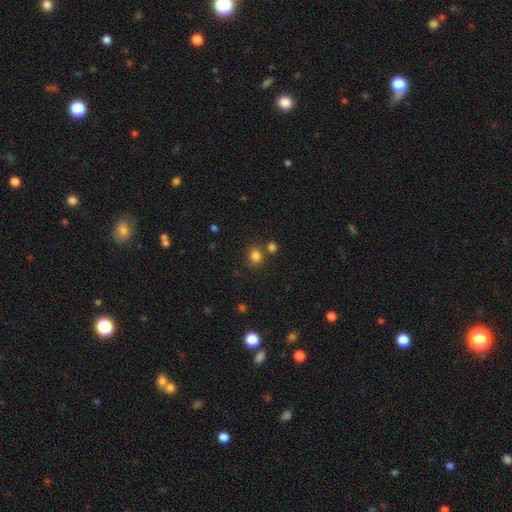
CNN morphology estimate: Smooth or featured? smooth (81%)
How rounded? round (71%)
Merging? none (70%)